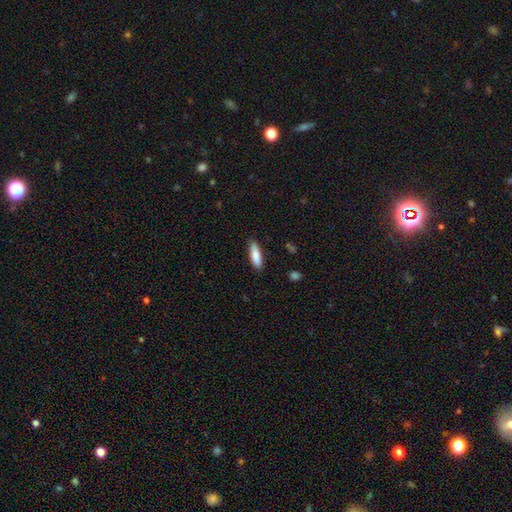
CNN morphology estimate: A smooth galaxy with no disk features (83%) that is cigar-shaped (59%). Merging: none (87%).